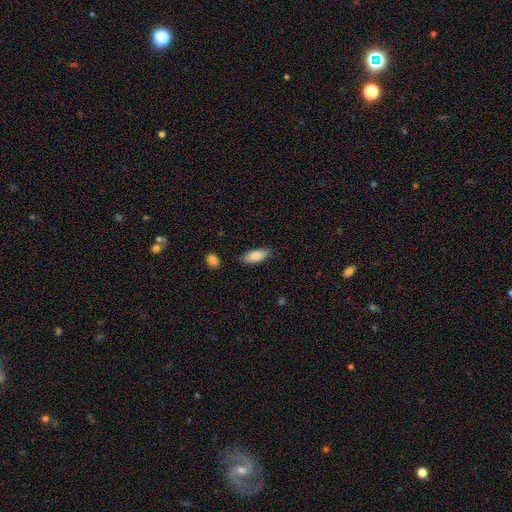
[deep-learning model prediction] A smooth galaxy with no disk features (84%) that is in between round and cigar-shaped (76%).

Vote fractions:
- Smooth or featured? smooth: 84% / featured or disk: 9% / star or artifact: 6%
- How rounded? in between: 76% / cigar-shaped: 23% / round: 2%
- Merging? none: 85% / minor disturbance: 11% / major disturbance: 2% / merger: 2%